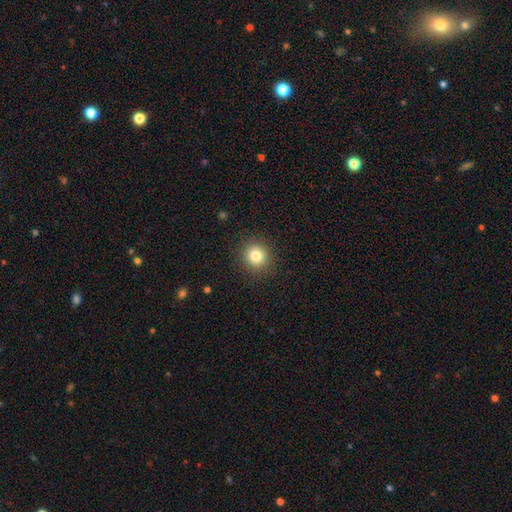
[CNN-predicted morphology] The model was most divided on "smooth or featured": smooth: 83%, star or artifact: 11%, featured or disk: 6%. More confident: merging — none (90%); how rounded — round (89%).